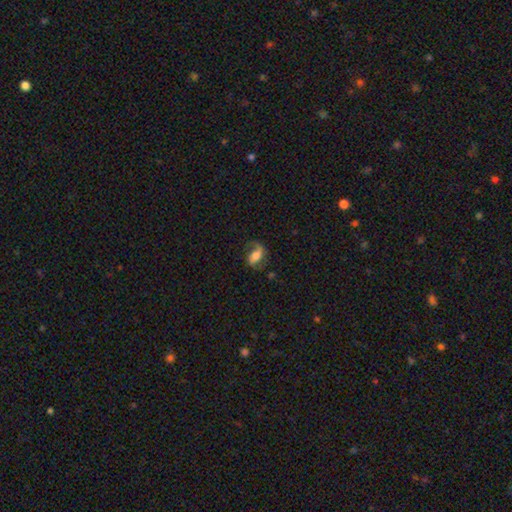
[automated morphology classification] A featured or disk galaxy (56%) with a weak bar (34%, tied with no), spiral arms (87%) and a moderate central bulge (42%). Merging: none (57%).